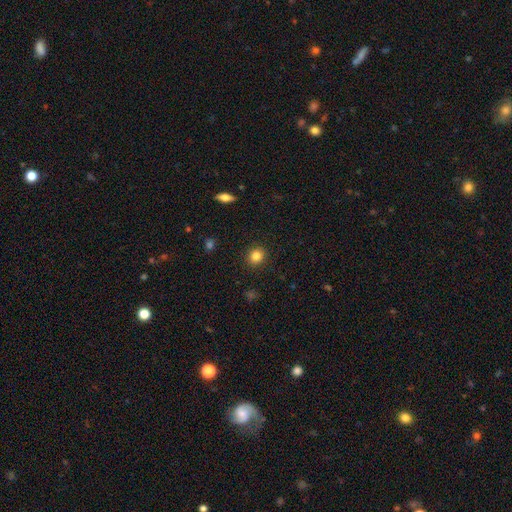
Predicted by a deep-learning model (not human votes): smooth 83%, star or artifact 11%, featured or disk 6%. Down the decision tree: how rounded — round (80%); merging — none (91%).